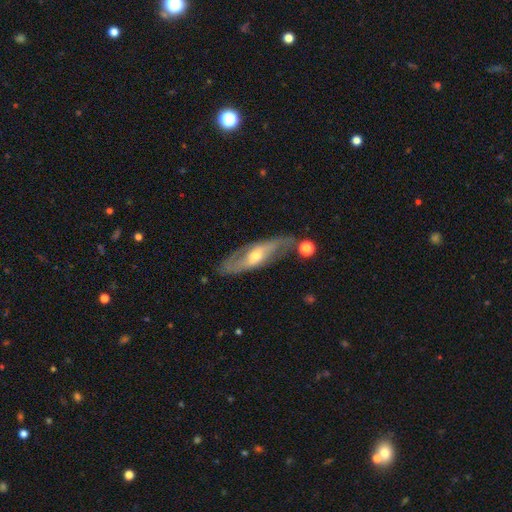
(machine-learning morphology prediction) smooth-or-featured: featured or disk: 74% | smooth: 20% | star or artifact: 6%
  disk-edge-on: no: 75% | yes: 25%
    bar: no: 44% | weak: 35% | strong: 21%
    has-spiral-arms: yes: 77% | no: 23%
    bulge-size: moderate: 52% | small: 41% | large: 4% | none: 1% | dominant: 1%
  merging: none: 68% | minor disturbance: 19% | major disturbance: 9% | merger: 4%